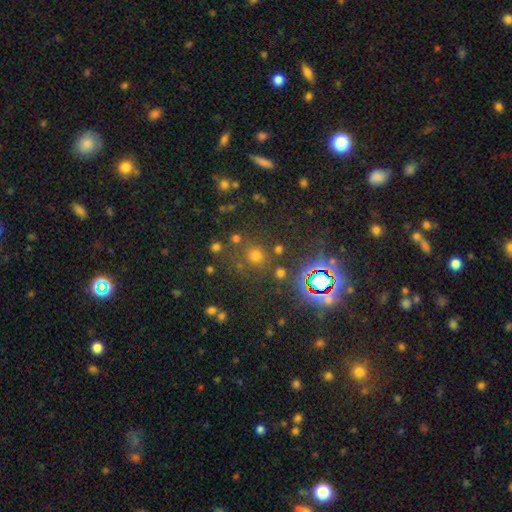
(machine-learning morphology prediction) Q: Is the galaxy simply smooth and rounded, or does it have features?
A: smooth — 55%.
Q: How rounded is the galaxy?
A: round — 88%.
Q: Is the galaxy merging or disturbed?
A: none — 78%.